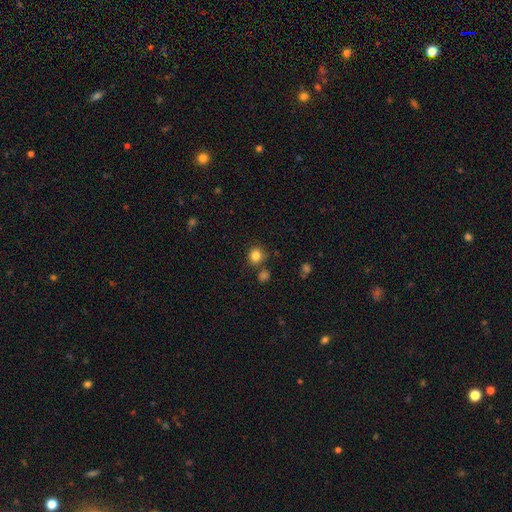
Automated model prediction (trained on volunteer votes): Smooth or featured? smooth (83%)
How rounded? round (86%)
Merging? none (80%)